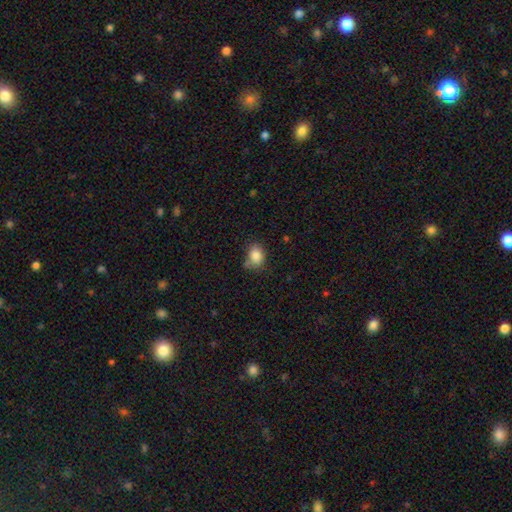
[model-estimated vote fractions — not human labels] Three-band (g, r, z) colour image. It shows a smooth galaxy with no disk features (84%) that is in between round and cigar-shaped (62%). Merging: none (60%).